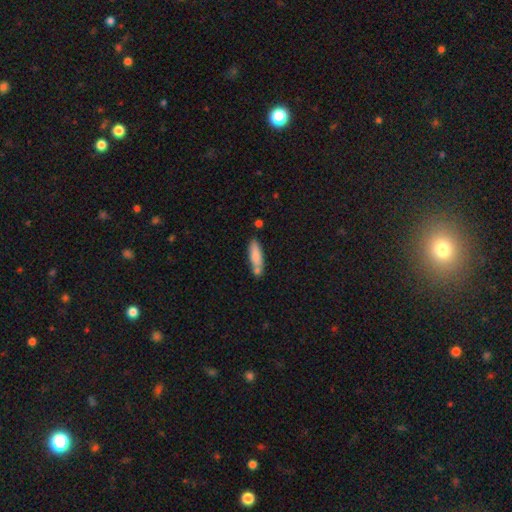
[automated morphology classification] This is likely a smooth galaxy (80%). How rounded: possibly cigar-shaped (60%). Merging: likely none (66%).